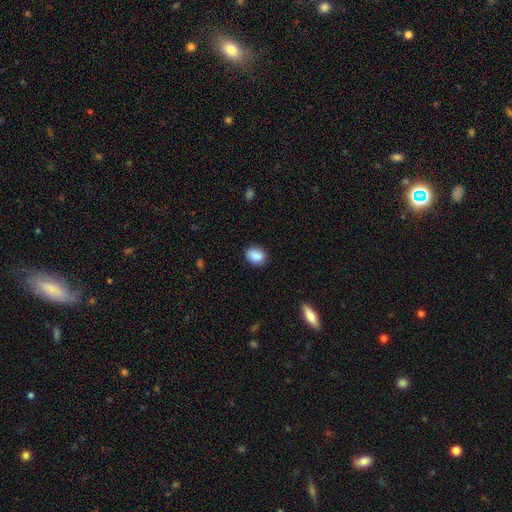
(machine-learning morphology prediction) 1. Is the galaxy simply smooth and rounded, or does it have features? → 89% smooth, 8% star or artifact, 4% featured or disk.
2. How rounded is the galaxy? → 58% in between, 41% round, 1% cigar-shaped.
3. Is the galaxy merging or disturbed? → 87% none, 10% minor disturbance, 2% major disturbance, 1% merger.